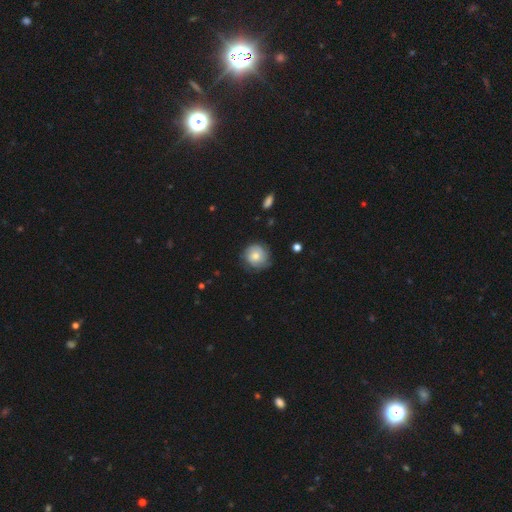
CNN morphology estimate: type=smooth (50%); roundness=round (90%); merging=none (77%).